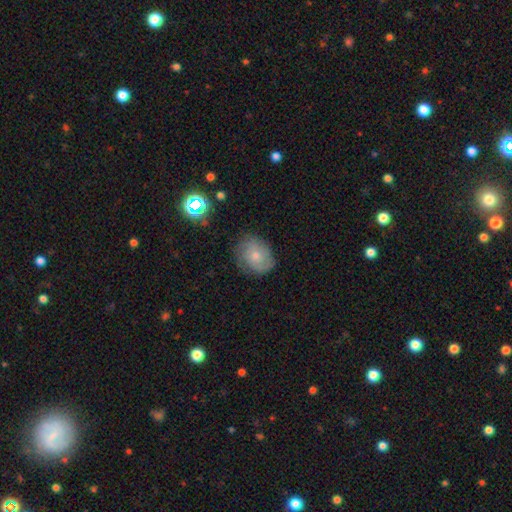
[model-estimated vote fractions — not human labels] Overall: smooth (51%; featured or disk 39%). How rounded: round (55%; in between 44%). Merging: none (73%).